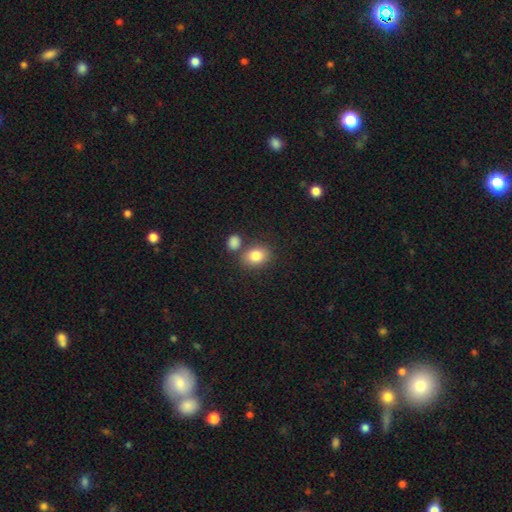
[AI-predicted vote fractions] This is clearly a smooth galaxy (83%). How rounded: possibly in between (59%). Merging: likely none (67%).